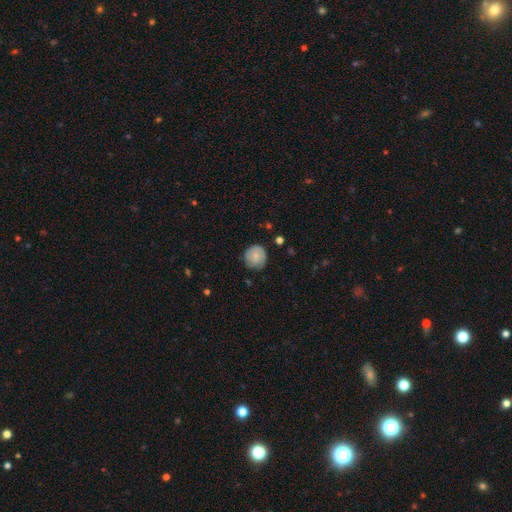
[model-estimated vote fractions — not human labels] Morphology: type=smooth (66%); roundness=round (88%); merging=none (73%).